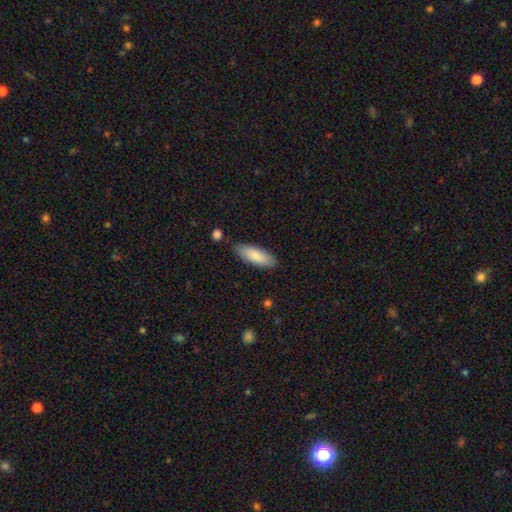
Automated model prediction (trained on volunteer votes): This appears to be a smooth galaxy with no disk features (84%) that is in between round and cigar-shaped (64%). Merging: none (84%).